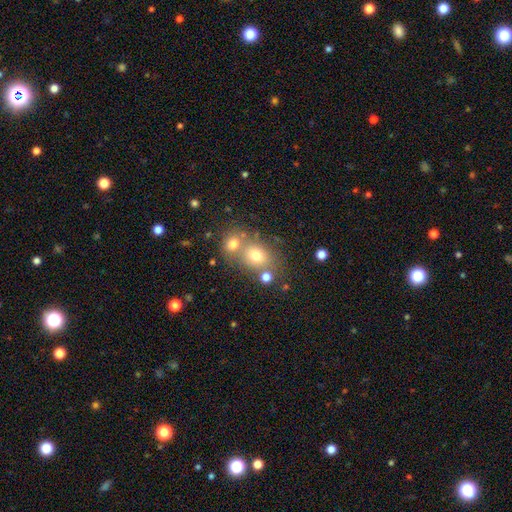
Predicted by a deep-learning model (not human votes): A smooth galaxy with no disk features (69%) that is round (59%).

Vote fractions:
- Smooth or featured? smooth: 69% / featured or disk: 16% / star or artifact: 15%
- How rounded? round: 59% / in between: 40% / cigar-shaped: 1%
- Merging? none: 50% / merger: 35% / minor disturbance: 10% / major disturbance: 4%